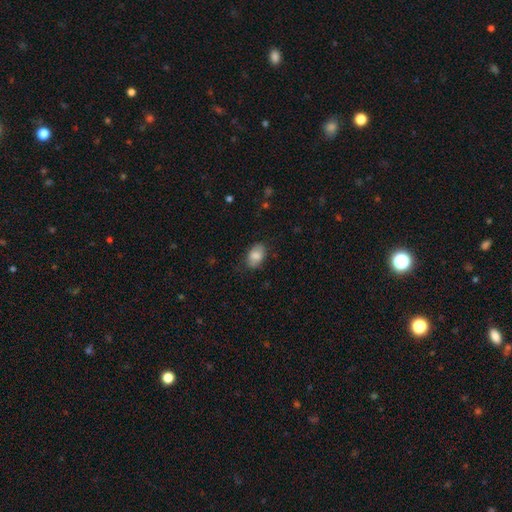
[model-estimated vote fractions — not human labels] Smooth or featured? Predicted: smooth (p=0.83). How rounded? Predicted: in between (p=0.87). Merging? Predicted: none (p=0.78).